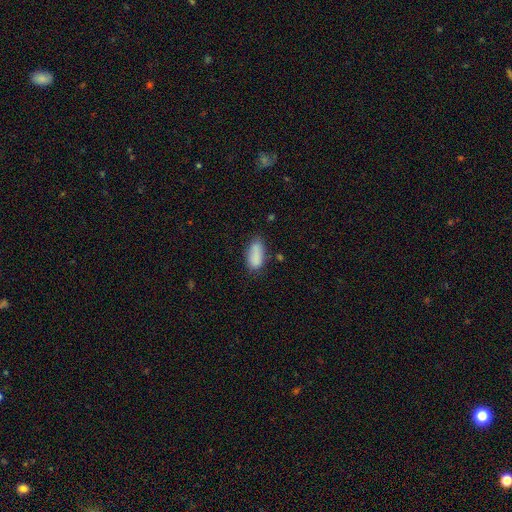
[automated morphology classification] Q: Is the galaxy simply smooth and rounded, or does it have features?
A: smooth — 85%.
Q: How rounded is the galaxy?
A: in between — 86%.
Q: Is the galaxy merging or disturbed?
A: none — 68%.